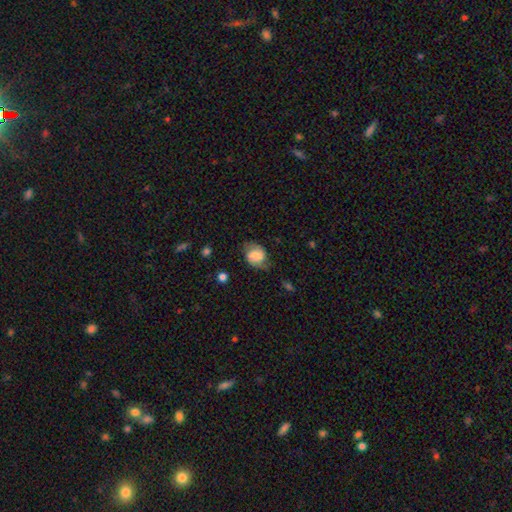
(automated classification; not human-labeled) This appears to be a smooth galaxy with no disk features (47%). Merging: none (64%).